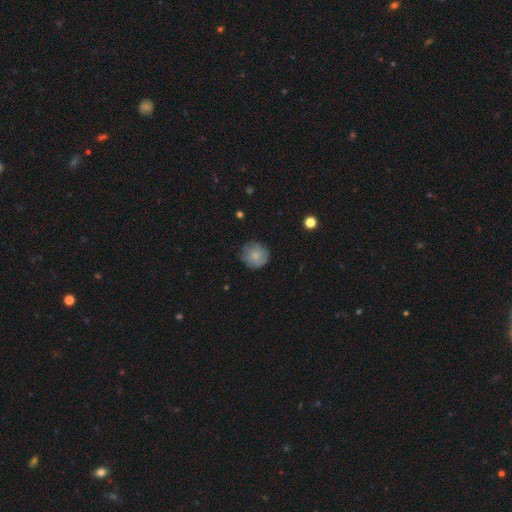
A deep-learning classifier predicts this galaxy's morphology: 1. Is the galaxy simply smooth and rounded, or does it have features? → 72% smooth, 20% featured or disk, 8% star or artifact.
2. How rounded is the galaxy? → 90% round, 9% in between, 1% cigar-shaped.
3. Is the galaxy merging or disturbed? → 73% none, 20% minor disturbance, 6% major disturbance, 1% merger.